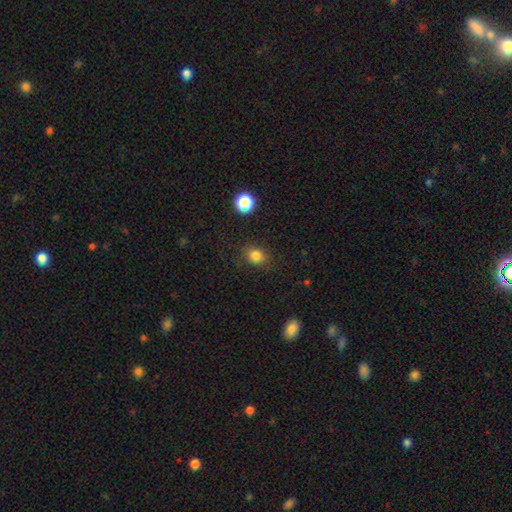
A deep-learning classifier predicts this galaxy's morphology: This appears to be a smooth galaxy with no disk features (82%) that is round (65%). Merging: none (82%).